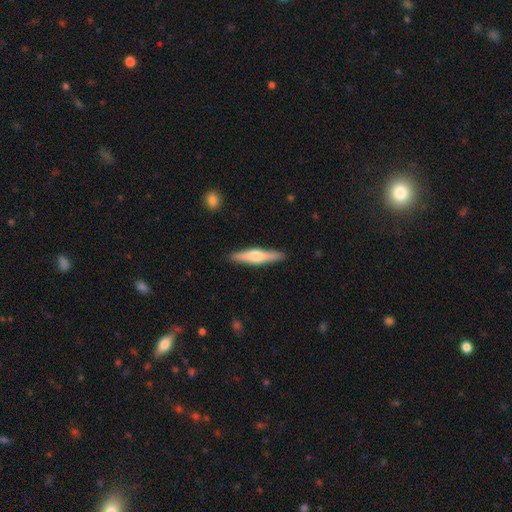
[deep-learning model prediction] The model was most divided on "smooth or featured": featured or disk: 51%, smooth: 44%, star or artifact: 5%. More confident: edge-on disk — yes (95%); merging — none (90%).